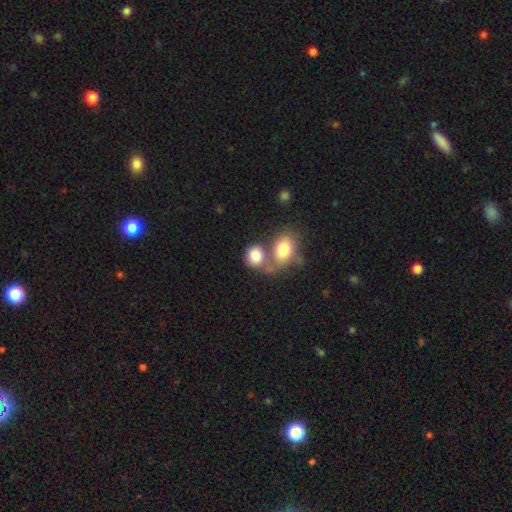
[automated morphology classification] The model was most divided on "how rounded": round: 54%, in between: 44%, cigar-shaped: 1%. More confident: smooth or featured — smooth (81%); merging — merger (55%).